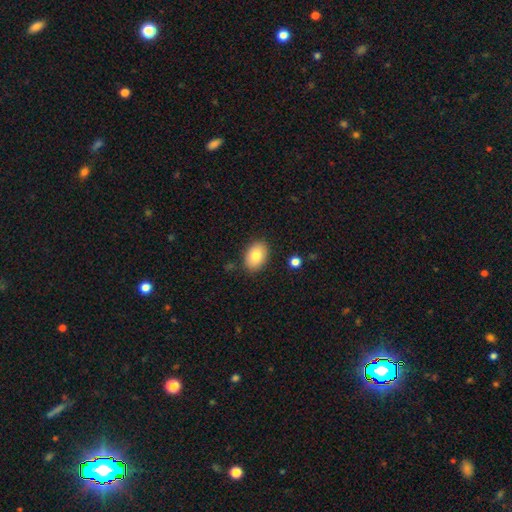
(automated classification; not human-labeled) Overall: smooth (82%). How rounded: in between (84%). Merging: none (87%).